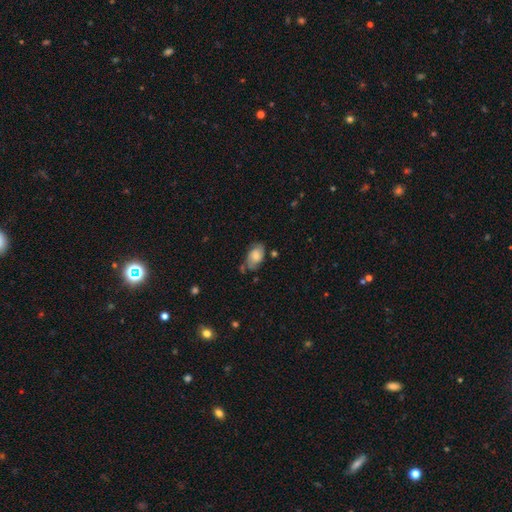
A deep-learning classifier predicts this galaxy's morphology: Overall: smooth (50%; featured or disk 41%). How rounded: in between (88%). Merging: none (53%; minor disturbance 29%).